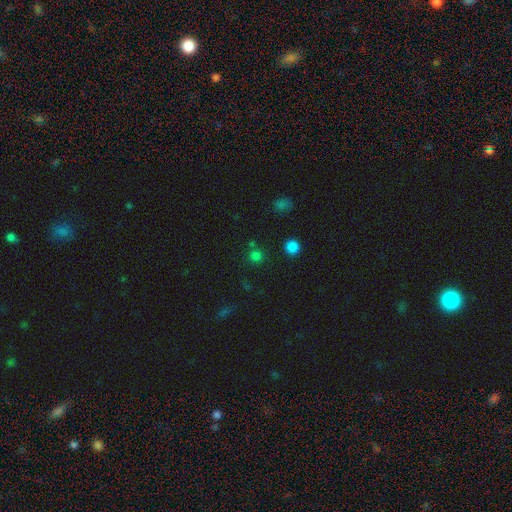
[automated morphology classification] Smooth or featured?
  - smooth: 71% *
  - star or artifact: 24%
  - featured or disk: 5%
How rounded?
  - round: 92% *
  - in between: 7%
  - cigar-shaped: 1%
Merging?
  - none: 77% *
  - merger: 11%
  - minor disturbance: 8%
  - major disturbance: 3%